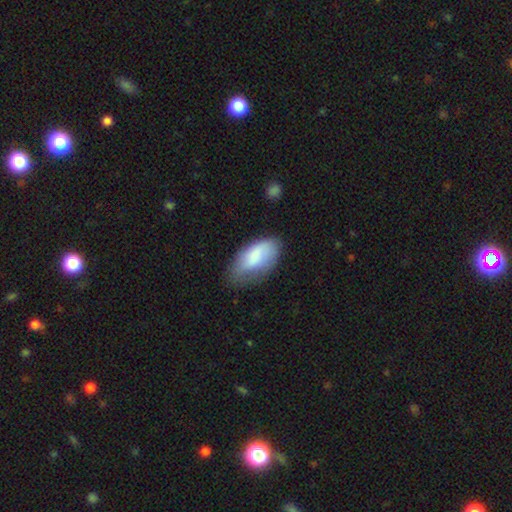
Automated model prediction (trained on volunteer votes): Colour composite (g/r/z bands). It shows a smooth galaxy with no disk features (77%) that is in between round and cigar-shaped (93%). Merging: none (51%).